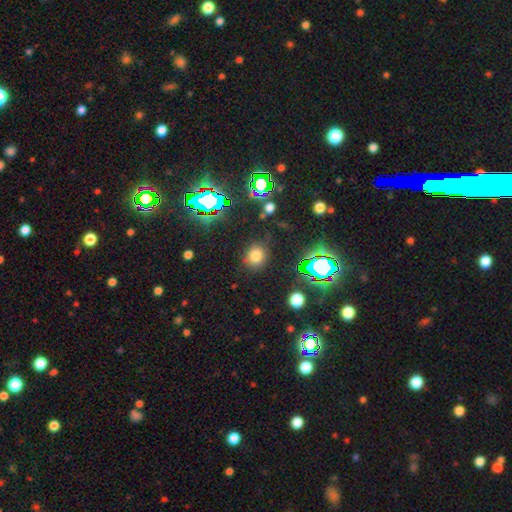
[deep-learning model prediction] Smooth or featured?
  - smooth: 73% *
  - star or artifact: 20%
  - featured or disk: 7%
How rounded?
  - round: 77% *
  - in between: 22%
  - cigar-shaped: 1%
Merging?
  - none: 82% *
  - minor disturbance: 11%
  - major disturbance: 4%
  - merger: 3%